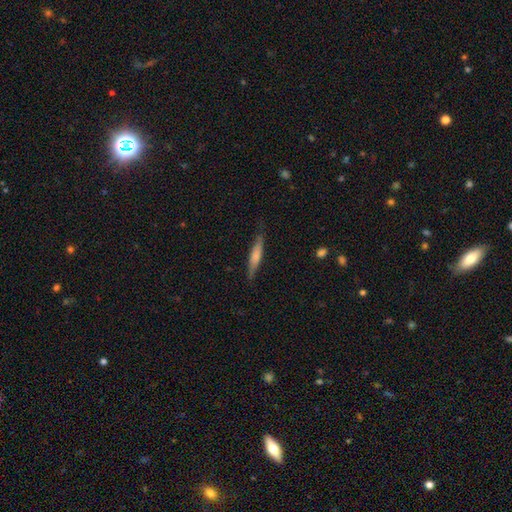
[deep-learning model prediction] smooth_or_featured: smooth (p=0.64) [alt: featured or disk p=0.30]
how_rounded: cigar-shaped (p=0.88) [alt: in between p=0.11]
merging: none (p=0.83) [alt: minor disturbance p=0.13]